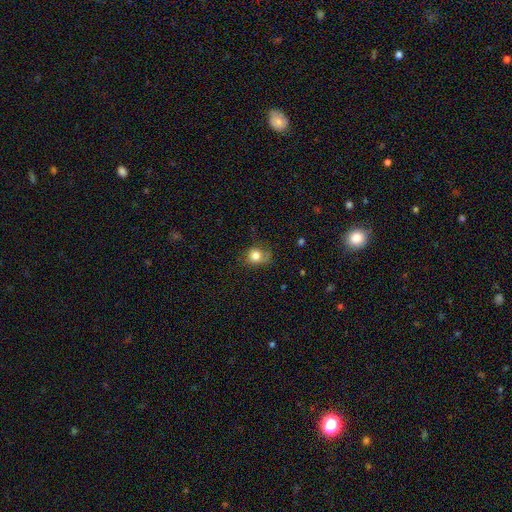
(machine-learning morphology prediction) Smooth or featured?
  - smooth: 78% *
  - featured or disk: 12%
  - star or artifact: 10%
How rounded?
  - round: 66% *
  - in between: 33%
  - cigar-shaped: 1%
Merging?
  - none: 52% *
  - minor disturbance: 30%
  - major disturbance: 16%
  - merger: 2%